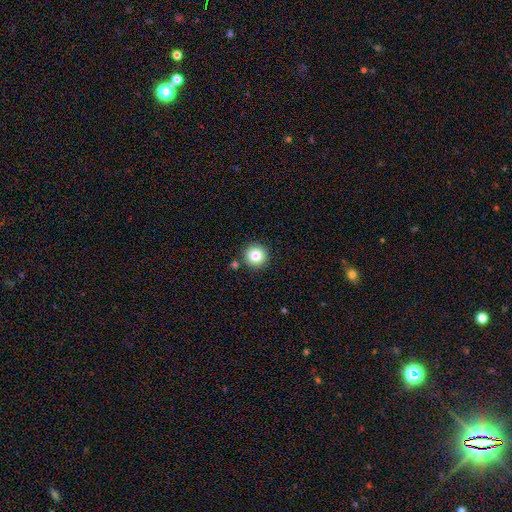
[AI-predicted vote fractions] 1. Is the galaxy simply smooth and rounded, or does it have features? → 83% smooth, 11% star or artifact, 7% featured or disk.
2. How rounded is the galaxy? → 95% round, 4% in between, 1% cigar-shaped.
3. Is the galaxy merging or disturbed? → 86% none, 7% minor disturbance, 5% merger, 2% major disturbance.